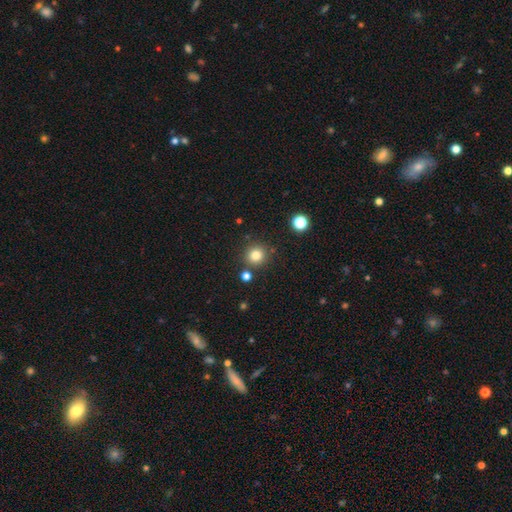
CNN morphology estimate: Q: Smooth or featured?
A: smooth (81%); runner-up: star or artifact (13%)
Q: How rounded?
A: round (93%); runner-up: in between (6%)
Q: Merging?
A: none (85%); runner-up: minor disturbance (7%)